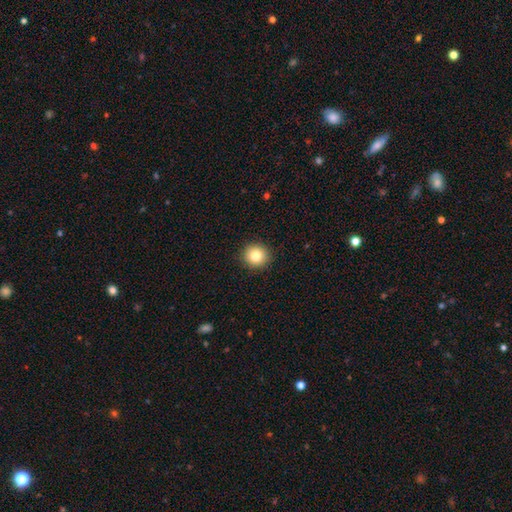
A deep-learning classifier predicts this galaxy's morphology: The model was most divided on "smooth or featured": smooth: 82%, star or artifact: 10%, featured or disk: 8%. More confident: merging — none (92%); how rounded — round (92%).